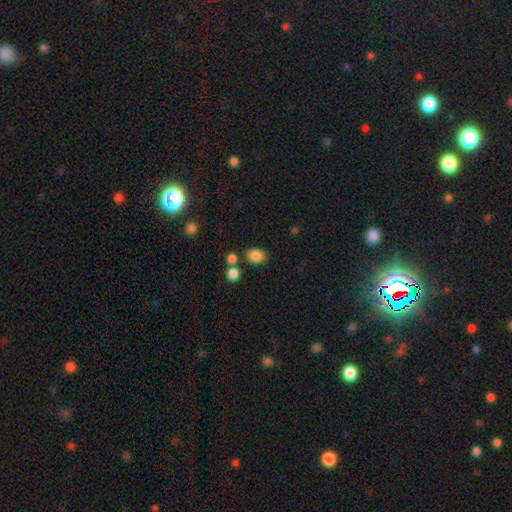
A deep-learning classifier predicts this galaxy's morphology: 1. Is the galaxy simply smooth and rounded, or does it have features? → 85% smooth, 10% star or artifact, 5% featured or disk.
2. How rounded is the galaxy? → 70% in between, 28% round, 1% cigar-shaped.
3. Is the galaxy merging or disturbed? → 74% none, 11% minor disturbance, 11% merger, 4% major disturbance.